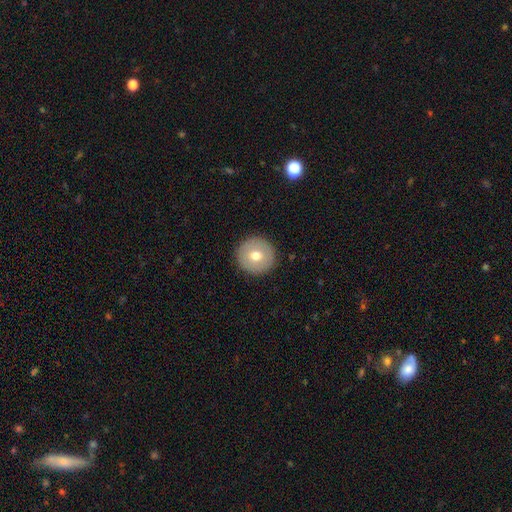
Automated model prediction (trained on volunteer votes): Overall: smooth (68%). How rounded: round (96%). Merging: none (92%).